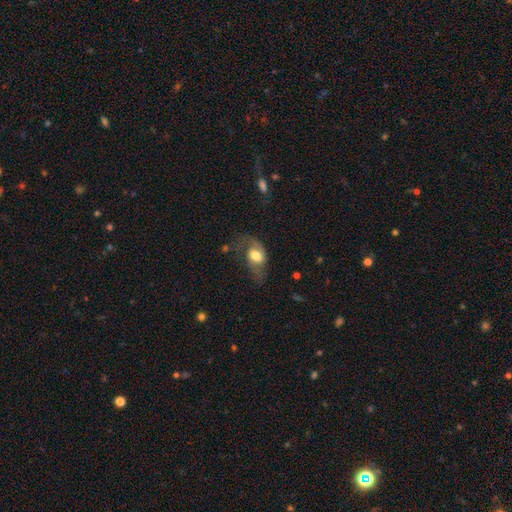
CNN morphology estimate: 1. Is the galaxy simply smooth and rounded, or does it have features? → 53% smooth, 39% featured or disk, 8% star or artifact.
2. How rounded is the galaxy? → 74% in between, 23% round, 2% cigar-shaped.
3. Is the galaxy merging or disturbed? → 37% none, 32% major disturbance, 27% minor disturbance, 3% merger.